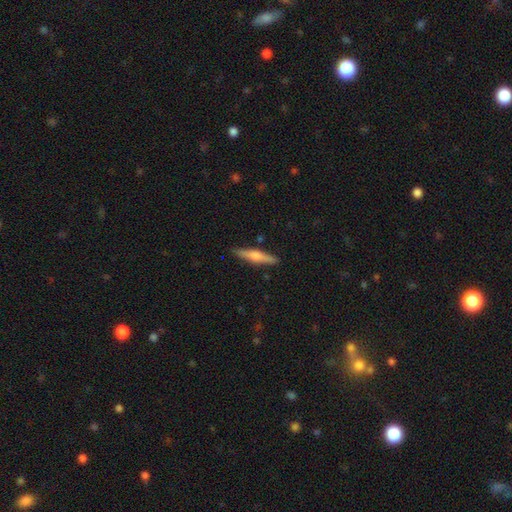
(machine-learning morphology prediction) A featured or disk galaxy (54%) viewed edge-on (96%) with a rounded central bulge (87%). Merging: none (89%).